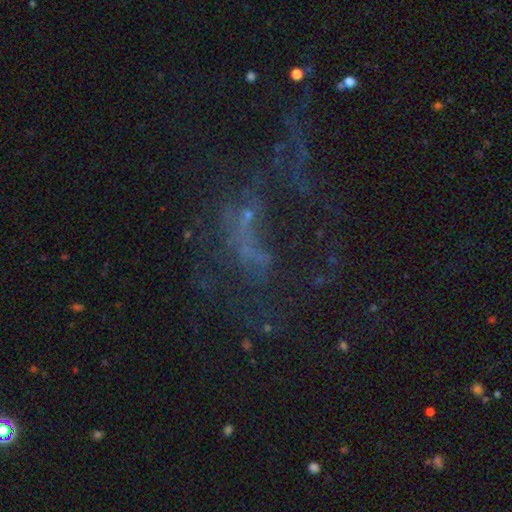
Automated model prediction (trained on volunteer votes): Smooth or featured? star or artifact (42%)